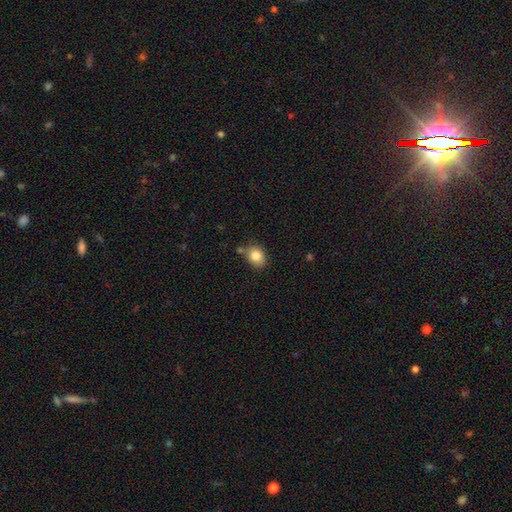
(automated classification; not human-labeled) Smooth or featured?
  - smooth: 84% *
  - star or artifact: 9%
  - featured or disk: 7%
How rounded?
  - in between: 50% *
  - round: 49%
  - cigar-shaped: 1%
Merging?
  - none: 71% *
  - minor disturbance: 16%
  - merger: 9%
  - major disturbance: 4%